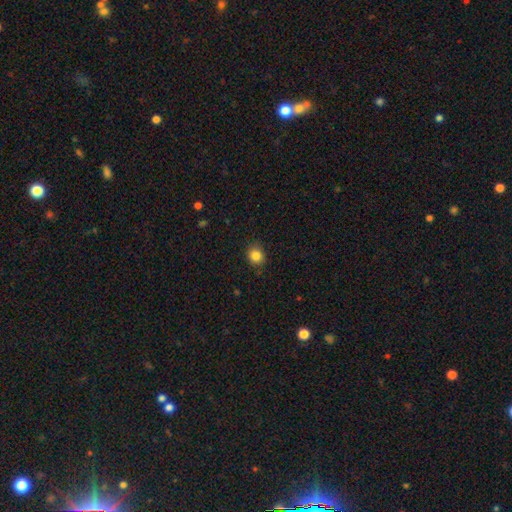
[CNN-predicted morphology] Smooth or featured? smooth (84%)
How rounded? round (78%)
Merging? none (86%)